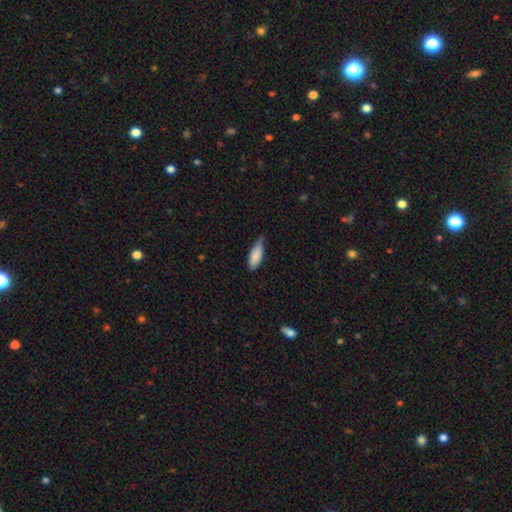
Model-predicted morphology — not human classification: smooth_or_featured: smooth (p=0.84) [alt: featured or disk p=0.10]
how_rounded: in between (p=0.76) [alt: cigar-shaped p=0.22]
merging: none (p=0.46) [alt: minor disturbance p=0.45]